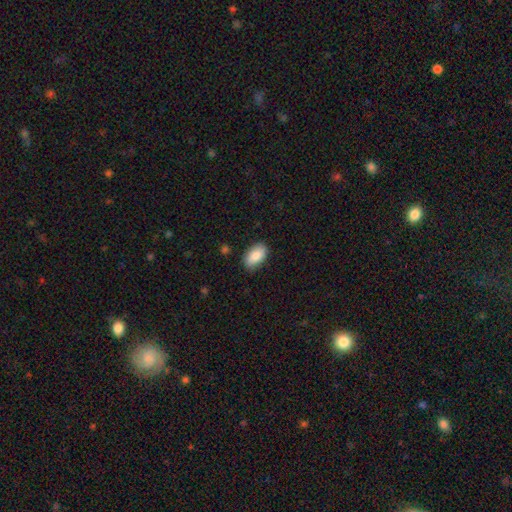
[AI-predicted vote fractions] Smooth or featured? Predicted: smooth (p=0.87). How rounded? Predicted: in between (p=0.94). Merging? Predicted: none (p=0.83).